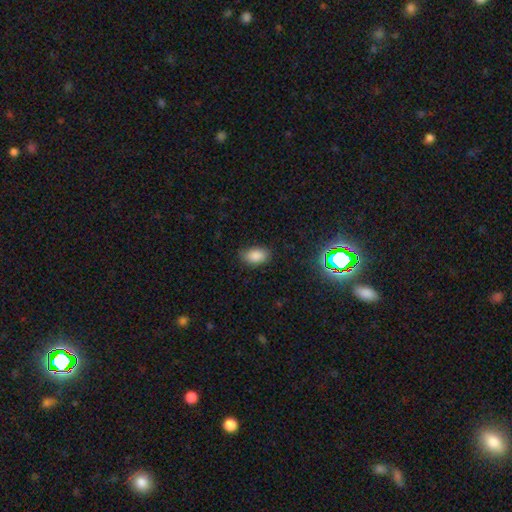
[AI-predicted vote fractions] Overall: smooth (84%). How rounded: in between (91%). Merging: none (81%).